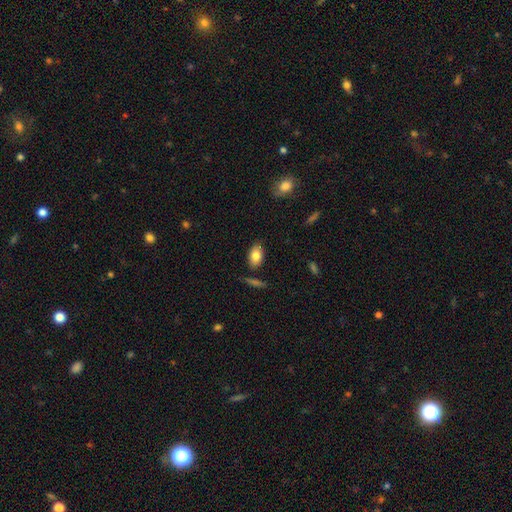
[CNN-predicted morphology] Overall: smooth (82%). How rounded: in between (91%). Merging: none (79%).